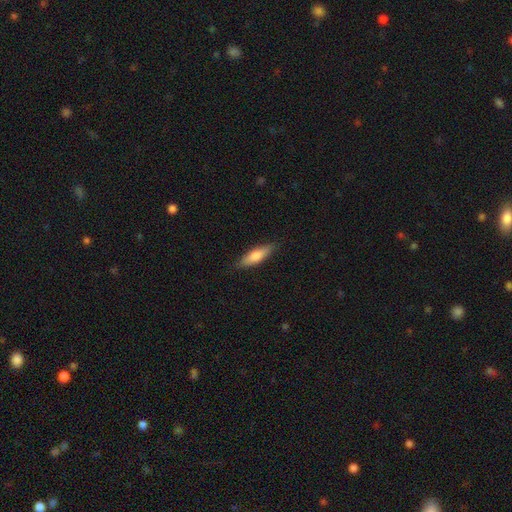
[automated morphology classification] This is likely a smooth galaxy (71%). How rounded: possibly cigar-shaped (56%). Merging: clearly none (85%).